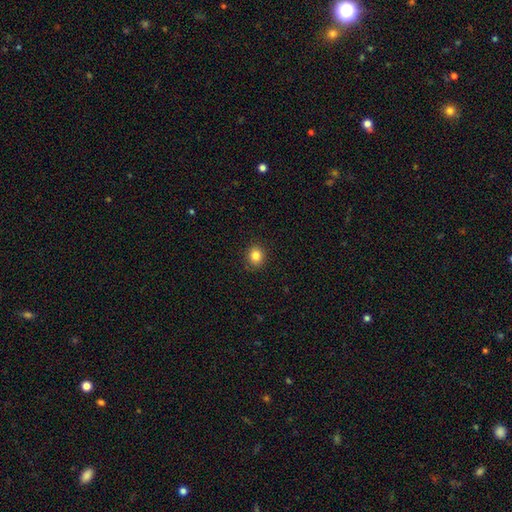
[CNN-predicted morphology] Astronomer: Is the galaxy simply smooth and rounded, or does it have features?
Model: smooth — 83%.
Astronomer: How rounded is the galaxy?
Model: round — 81%.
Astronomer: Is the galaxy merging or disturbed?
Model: none — 90%.